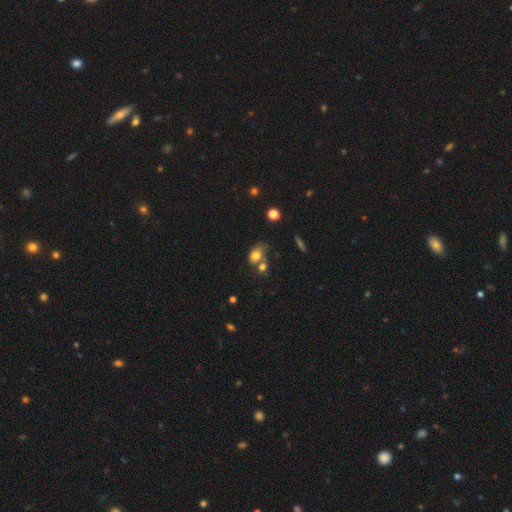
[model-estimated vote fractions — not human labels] Morphology: type=smooth (75%); roundness=in between (75%); merging=none (36%).